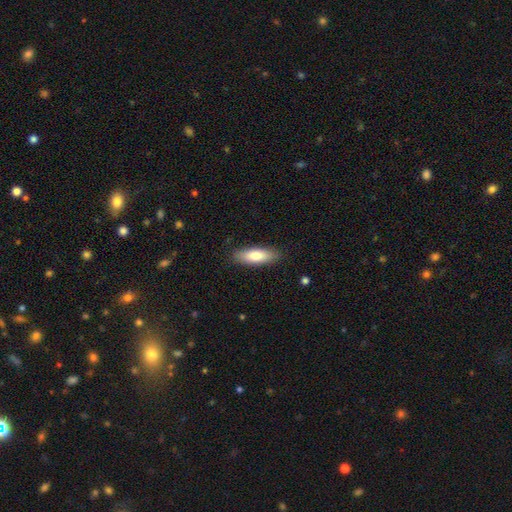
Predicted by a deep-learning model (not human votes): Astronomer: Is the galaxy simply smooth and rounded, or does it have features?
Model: smooth — 81%.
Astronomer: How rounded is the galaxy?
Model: in between — 61% (runner-up: cigar-shaped, 38%).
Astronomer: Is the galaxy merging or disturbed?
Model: none — 86%.